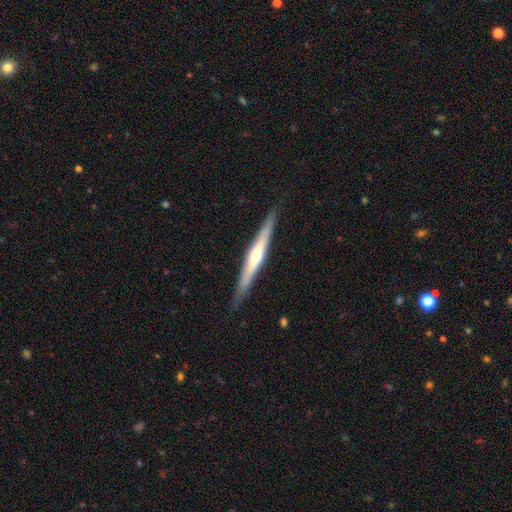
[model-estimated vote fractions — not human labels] The model was most divided on "smooth or featured": featured or disk: 66%, smooth: 29%, star or artifact: 5%. More confident: edge-on disk — yes (96%); merging — none (87%); edge-on bulge — rounded (75%).